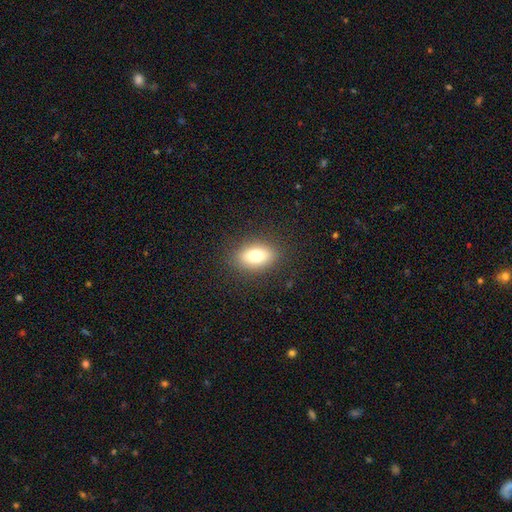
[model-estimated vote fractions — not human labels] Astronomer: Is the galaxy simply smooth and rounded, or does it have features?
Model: smooth — 76%.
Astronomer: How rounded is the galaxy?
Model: in between — 84%.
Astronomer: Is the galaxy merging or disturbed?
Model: none — 87%.